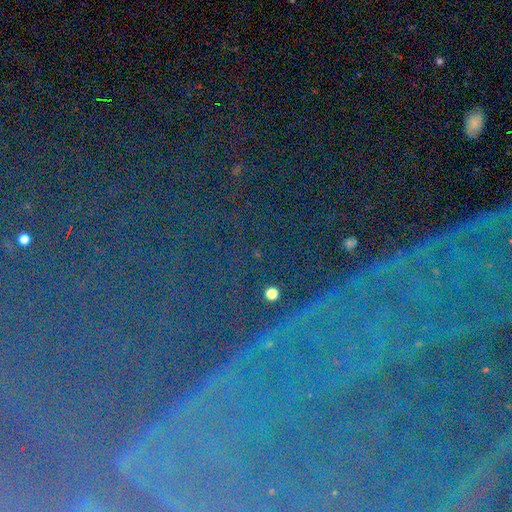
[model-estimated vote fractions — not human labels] Overall: star or artifact (82%).